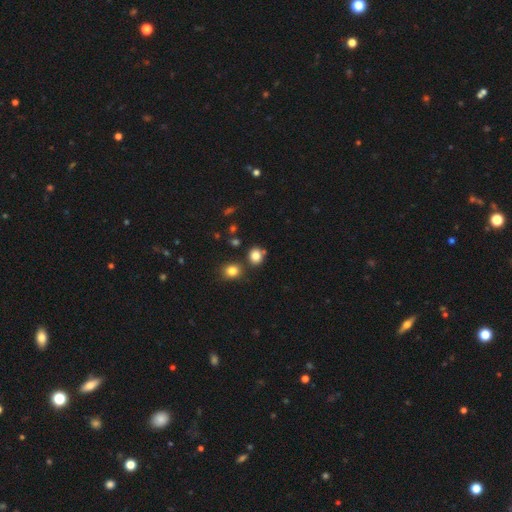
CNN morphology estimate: Smooth or featured? smooth (82%)
How rounded? round (74%)
Merging? none (75%)